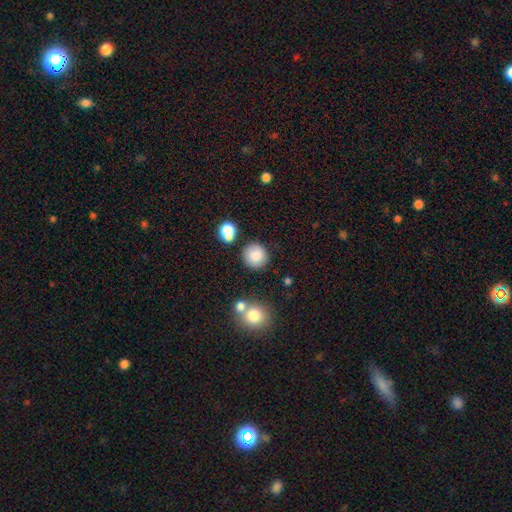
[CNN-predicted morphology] smooth_or_featured: smooth (p=0.85) [alt: star or artifact p=0.09]
how_rounded: round (p=0.92) [alt: in between p=0.07]
merging: none (p=0.81) [alt: minor disturbance p=0.10]